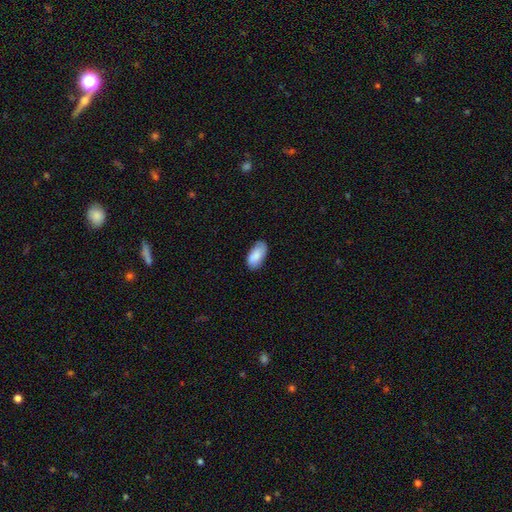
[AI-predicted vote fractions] smooth_or_featured: smooth (p=0.87) [alt: featured or disk p=0.07]
how_rounded: in between (p=0.94) [alt: cigar-shaped p=0.03]
merging: none (p=0.77) [alt: minor disturbance p=0.19]